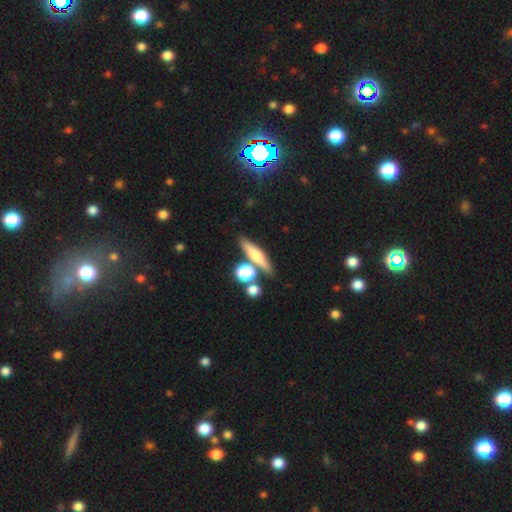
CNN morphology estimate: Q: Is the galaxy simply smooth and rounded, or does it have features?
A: smooth — 47%.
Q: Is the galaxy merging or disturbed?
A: none — 72%.